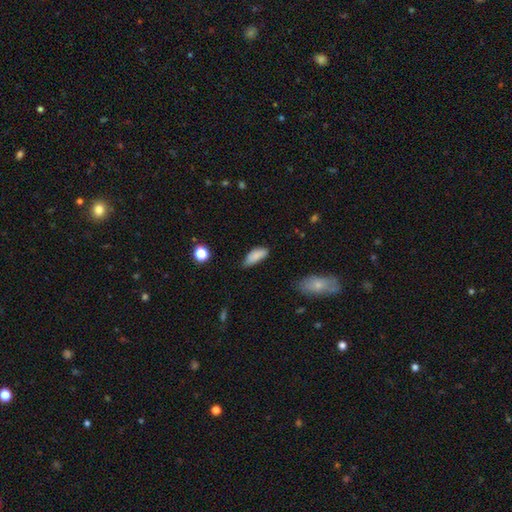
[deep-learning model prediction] Smooth or featured: smooth — 84% (featured or disk — 8%)
How rounded: in between — 78% (cigar-shaped — 19%)
Merging: none — 53% (minor disturbance — 37%)